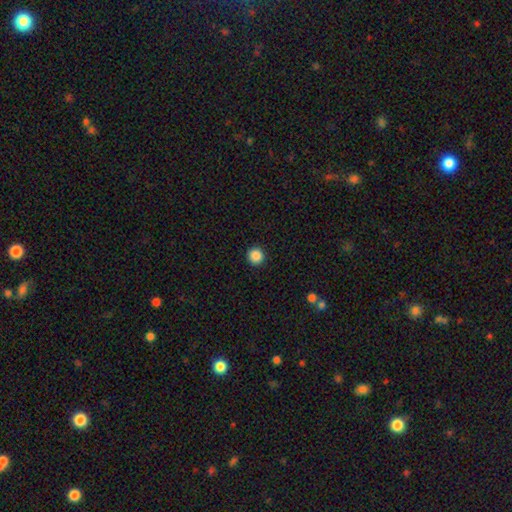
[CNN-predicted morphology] Overall: smooth (88%). How rounded: round (96%). Merging: none (93%).